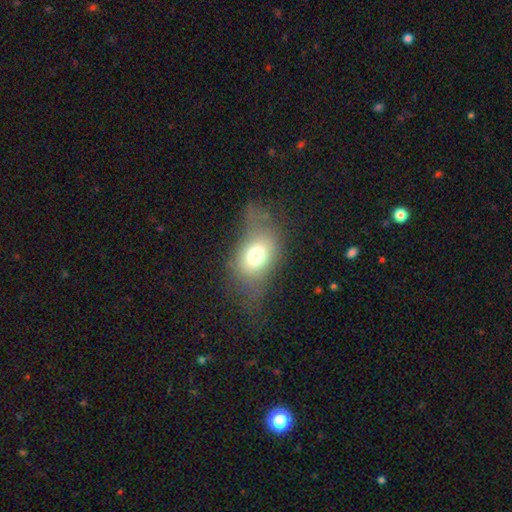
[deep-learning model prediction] This is likely a smooth galaxy (68%). How rounded: likely in between (75%). Merging: possibly none (49%).